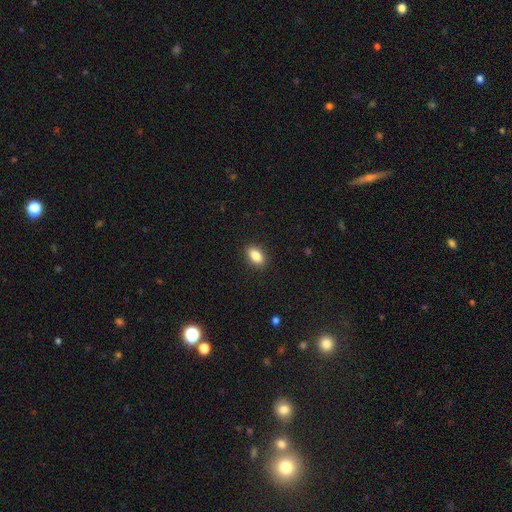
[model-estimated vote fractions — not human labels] This is clearly a smooth galaxy (85%). How rounded: clearly in between (89%). Merging: clearly none (89%).